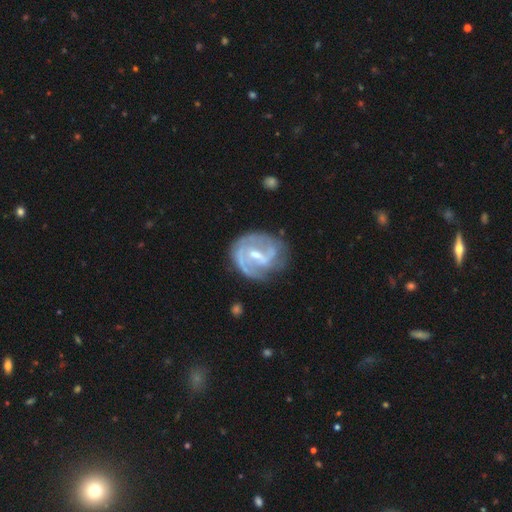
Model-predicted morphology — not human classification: Smooth or featured: featured or disk — 83% (smooth — 11%)
Edge-on disk: no — 97% (yes — 3%)
Bar: weak — 52% (strong — 31%)
Spiral arms: yes — 89% (no — 11%)
Spiral winding: medium — 41% (tight — 40%)
Spiral arm count: 2 — 53% (can't tell — 20%)
Bulge size: small — 48% (moderate — 46%)
Merging: none — 60% (minor disturbance — 23%)